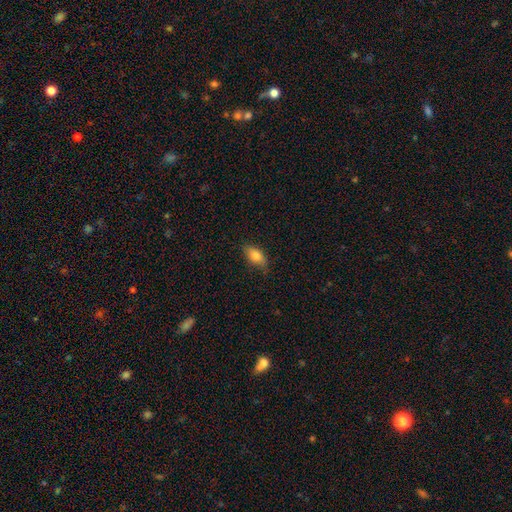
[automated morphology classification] A smooth galaxy with no disk features (80%) that is in between round and cigar-shaped (87%).

Vote fractions:
- Smooth or featured? smooth: 80% / featured or disk: 12% / star or artifact: 7%
- How rounded? in between: 87% / cigar-shaped: 8% / round: 4%
- Merging? none: 78% / minor disturbance: 18% / major disturbance: 3% / merger: 1%